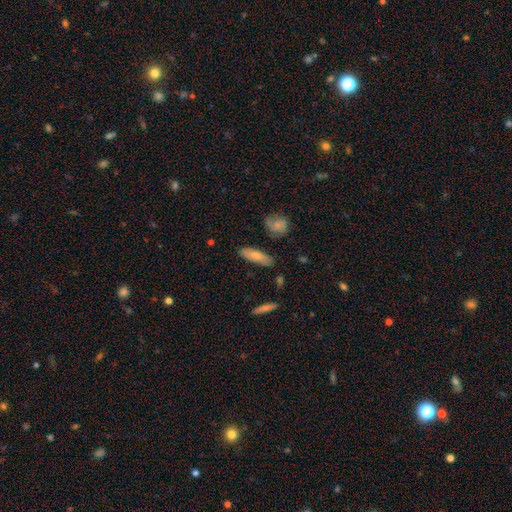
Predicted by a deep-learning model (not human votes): This is likely a smooth galaxy (72%). How rounded: possibly in between (50%). Merging: likely none (80%).